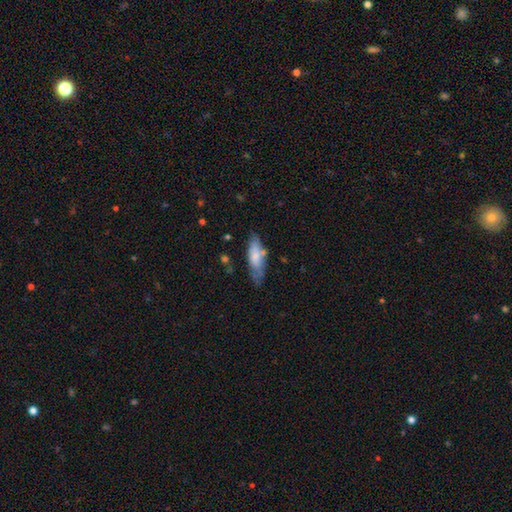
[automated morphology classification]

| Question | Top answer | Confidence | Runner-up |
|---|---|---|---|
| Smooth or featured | smooth | 68% | featured or disk (26%) |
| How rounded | in between | 63% | cigar-shaped (35%) |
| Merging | none | 60% | minor disturbance (27%) |